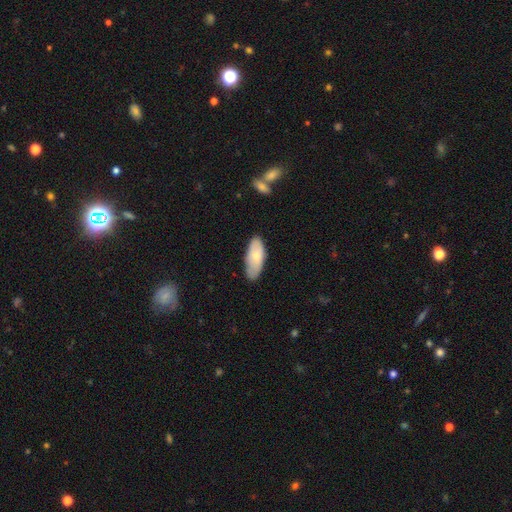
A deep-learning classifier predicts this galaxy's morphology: smooth_or_featured: smooth (p=0.73) [alt: featured or disk p=0.21]
how_rounded: in between (p=0.86) [alt: cigar-shaped p=0.12]
merging: none (p=0.73) [alt: minor disturbance p=0.22]